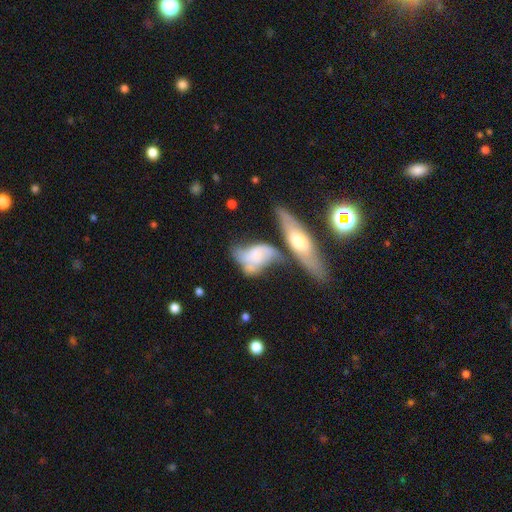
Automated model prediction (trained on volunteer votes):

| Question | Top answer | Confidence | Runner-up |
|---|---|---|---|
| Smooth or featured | featured or disk | 53% | smooth (40%) |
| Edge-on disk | no | 85% | yes (15%) |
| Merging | merger | 36% | none (25%) |